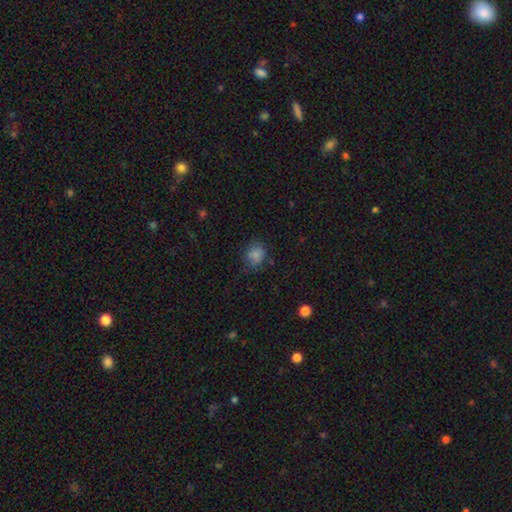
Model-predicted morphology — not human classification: Smooth or featured? smooth (80%)
How rounded? round (56%)
Merging? none (73%)